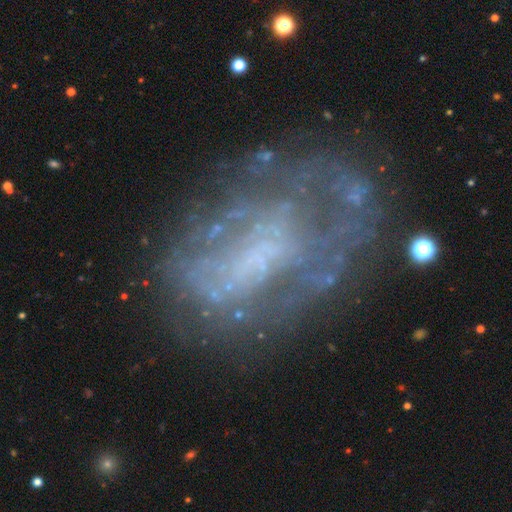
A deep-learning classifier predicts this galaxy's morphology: Smooth or featured?
  - featured or disk: 65% *
  - smooth: 21%
  - star or artifact: 15%
Edge-on disk?
  - no: 96% *
  - yes: 4%
Bar?
  - no: 70% *
  - weak: 22%
  - strong: 8%
Spiral arms?
  - no: 65% *
  - yes: 35%
Bulge size?
  - none: 62% *
  - small: 23%
  - moderate: 11%
  - large: 4%
  - dominant: 1%
Merging?
  - none: 51% *
  - major disturbance: 25%
  - minor disturbance: 21%
  - merger: 4%